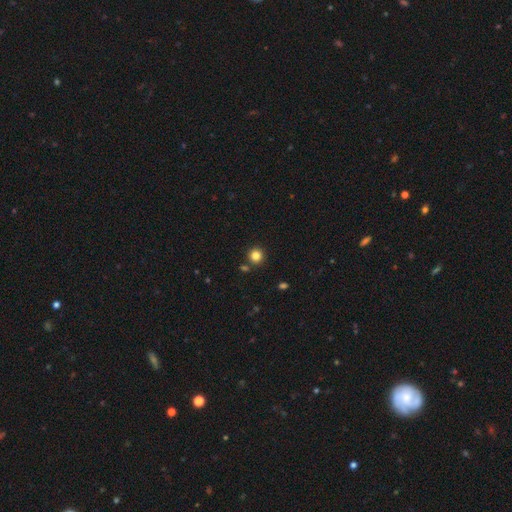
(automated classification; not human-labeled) Smooth or featured: smooth — 83% (star or artifact — 13%)
How rounded: round — 94% (in between — 5%)
Merging: none — 86% (minor disturbance — 6%)